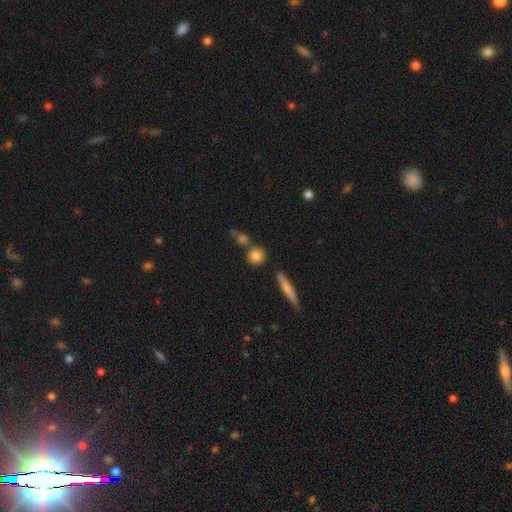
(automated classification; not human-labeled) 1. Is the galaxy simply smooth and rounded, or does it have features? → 81% smooth, 10% featured or disk, 9% star or artifact.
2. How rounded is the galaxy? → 80% round, 15% in between, 5% cigar-shaped.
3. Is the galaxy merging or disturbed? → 69% none, 18% merger, 10% minor disturbance, 3% major disturbance.